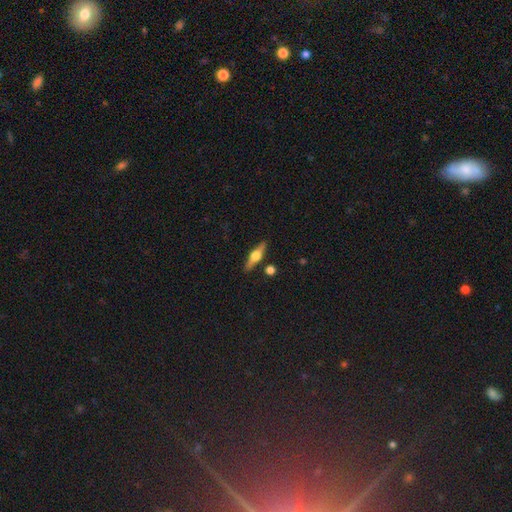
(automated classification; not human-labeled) Morphology: type=featured or disk (68%); edge-on=yes (96%); edge-on bulge=rounded (94%); merging=none (87%).